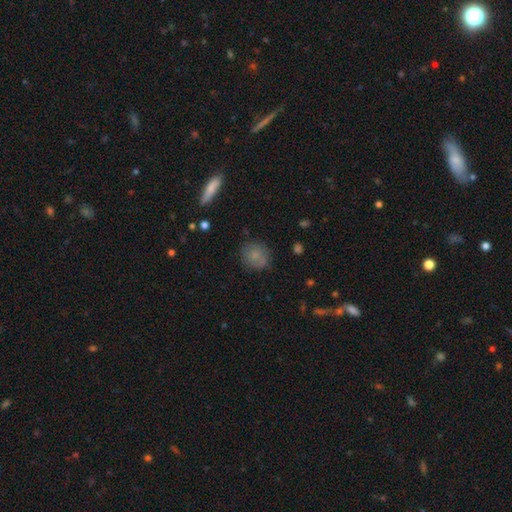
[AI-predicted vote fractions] smooth-or-featured: smooth: 77% | featured or disk: 13% | star or artifact: 10%
  how-rounded: round: 82% | in between: 17% | cigar-shaped: 1%
  merging: none: 75% | minor disturbance: 16% | major disturbance: 5% | merger: 4%